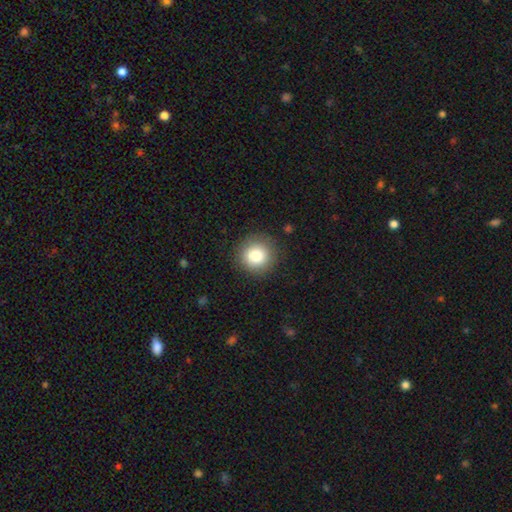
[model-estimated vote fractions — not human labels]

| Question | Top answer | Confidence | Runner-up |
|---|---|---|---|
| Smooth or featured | smooth | 83% | star or artifact (10%) |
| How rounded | round | 93% | in between (6%) |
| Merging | none | 89% | minor disturbance (8%) |